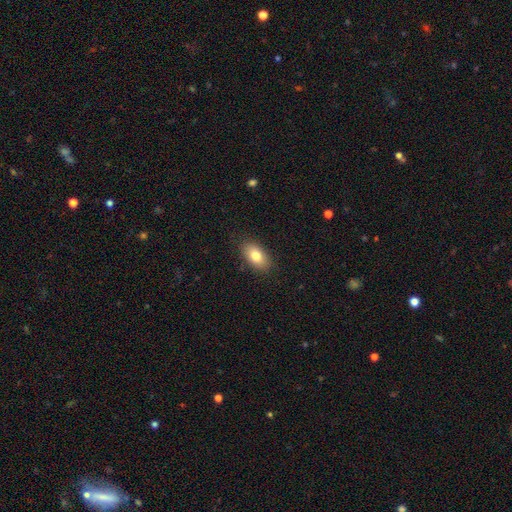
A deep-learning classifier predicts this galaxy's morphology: smooth 81%, featured or disk 12%, star or artifact 8%. Down the decision tree: how rounded — in between (91%); merging — none (86%).